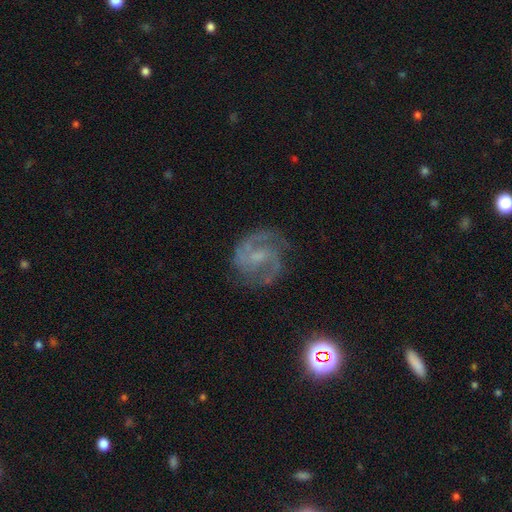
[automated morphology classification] smooth_or_featured: featured or disk (p=0.84) [alt: star or artifact p=0.08]
disk_edge_on: no (p=0.98) [alt: yes p=0.02]
bar: weak (p=0.54) [alt: no p=0.34]
has_spiral_arms: yes (p=0.96) [alt: no p=0.04]
spiral_winding: medium (p=0.56) [alt: tight p=0.30]
spiral_arm_count: 2 (p=0.75) [alt: 3 p=0.10]
bulge_size: small (p=0.49) [alt: none p=0.26]
merging: none (p=0.76) [alt: minor disturbance p=0.15]